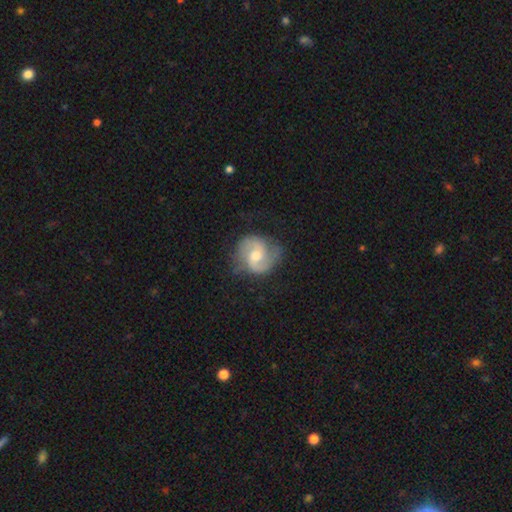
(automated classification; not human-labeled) This appears to be a featured or disk galaxy (84%) with a weak bar (48%), 2 (91%) medium (55%) spiral arms (96%) and a moderate central bulge (67%). Merging: none (76%).